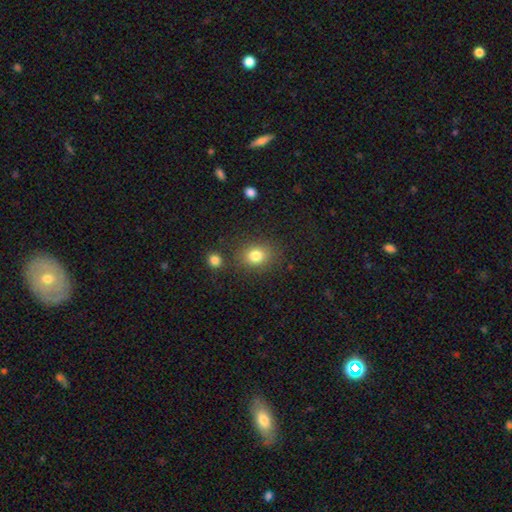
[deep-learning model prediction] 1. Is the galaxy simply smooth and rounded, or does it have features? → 81% smooth, 12% star or artifact, 7% featured or disk.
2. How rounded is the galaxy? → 61% round, 38% in between, 1% cigar-shaped.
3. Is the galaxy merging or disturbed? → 80% none, 11% minor disturbance, 5% merger, 4% major disturbance.